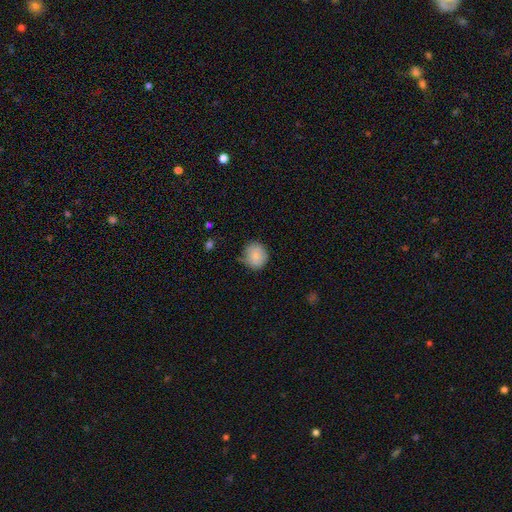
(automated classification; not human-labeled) smooth 83%, featured or disk 9%, star or artifact 8%. Down the decision tree: how rounded — round (81%); merging — none (68%).